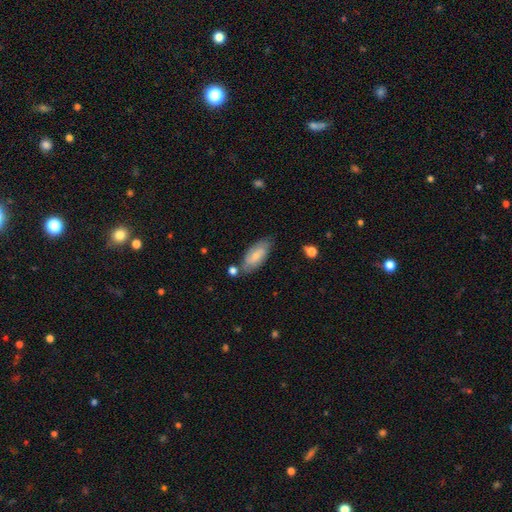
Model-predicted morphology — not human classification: A smooth galaxy with no disk features (62%) that is in between round and cigar-shaped (82%).

Vote fractions:
- Smooth or featured? smooth: 62% / featured or disk: 32% / star or artifact: 6%
- How rounded? in between: 82% / cigar-shaped: 16% / round: 2%
- Merging? none: 69% / minor disturbance: 19% / merger: 8% / major disturbance: 4%